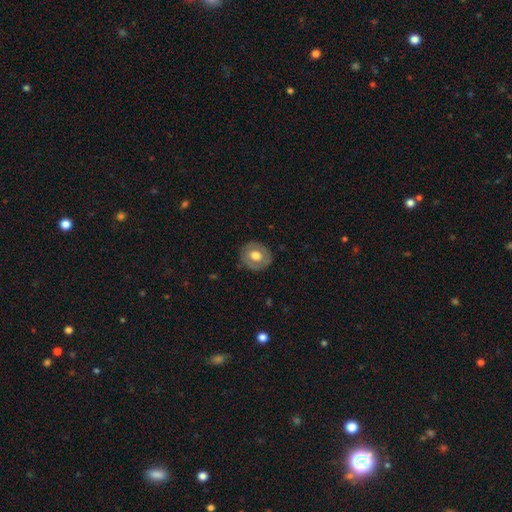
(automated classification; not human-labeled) smooth 56%, featured or disk 37%, star or artifact 7%. Down the decision tree: how rounded — round (77%); merging — none (83%).